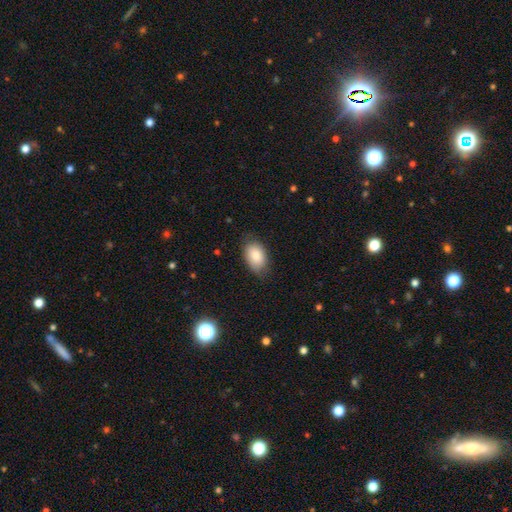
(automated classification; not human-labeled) Smooth or featured? Predicted: smooth (p=0.82). How rounded? Predicted: in between (p=0.88). Merging? Predicted: none (p=0.75).